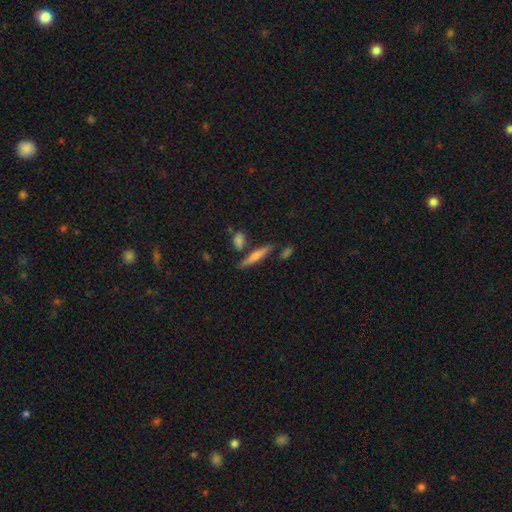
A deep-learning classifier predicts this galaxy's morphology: Smooth or featured: smooth — 51% (featured or disk — 43%)
How rounded: cigar-shaped — 85% (in between — 13%)
Merging: none — 78% (minor disturbance — 11%)